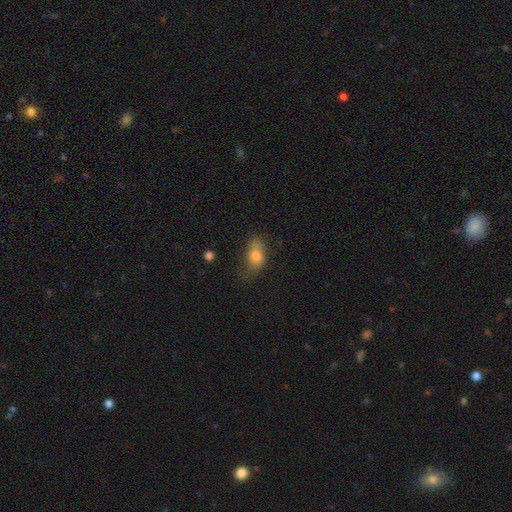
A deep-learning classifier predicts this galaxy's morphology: smooth_or_featured: smooth (p=0.77) [alt: featured or disk p=0.14]
how_rounded: in between (p=0.84) [alt: round p=0.12]
merging: none (p=0.50) [alt: minor disturbance p=0.33]